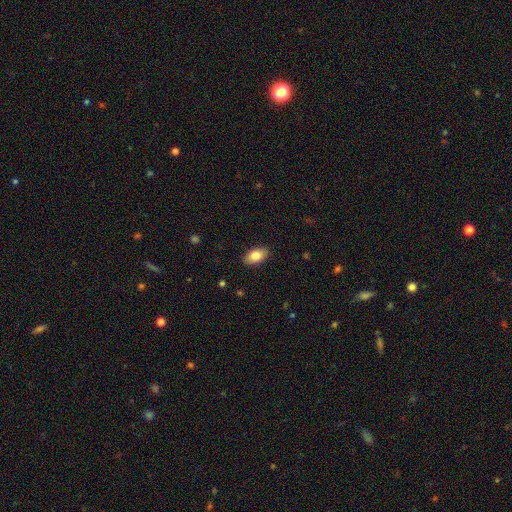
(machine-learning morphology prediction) smooth_or_featured: smooth (p=0.82) [alt: featured or disk p=0.11]
how_rounded: in between (p=0.92) [alt: round p=0.05]
merging: none (p=0.89) [alt: minor disturbance p=0.08]